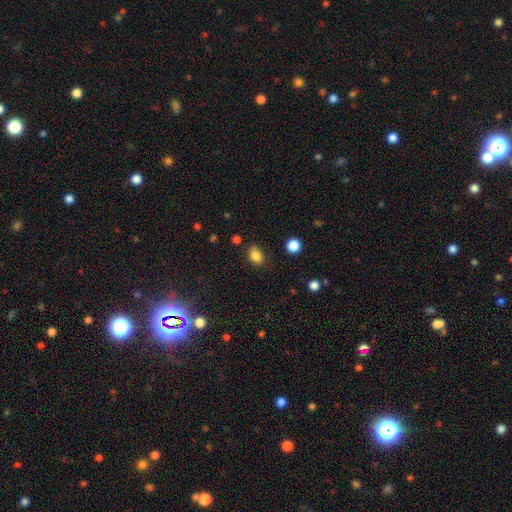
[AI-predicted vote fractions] The model was most divided on "how rounded": in between: 68%, round: 31%, cigar-shaped: 1%. More confident: smooth or featured — smooth (84%); merging — none (73%).